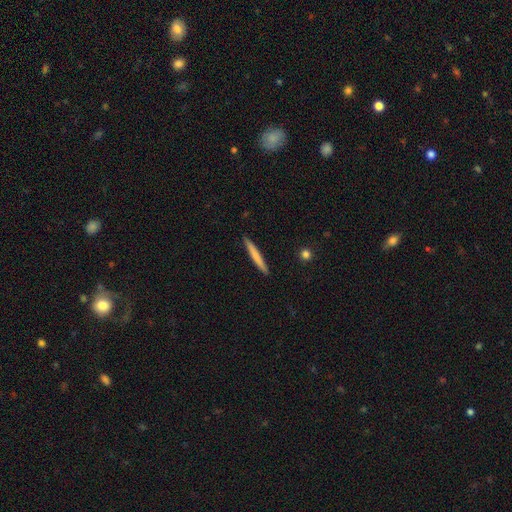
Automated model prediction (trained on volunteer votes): Q: Smooth or featured?
A: smooth (69%); runner-up: featured or disk (26%)
Q: How rounded?
A: cigar-shaped (96%); runner-up: in between (2%)
Q: Merging?
A: none (92%); runner-up: minor disturbance (6%)